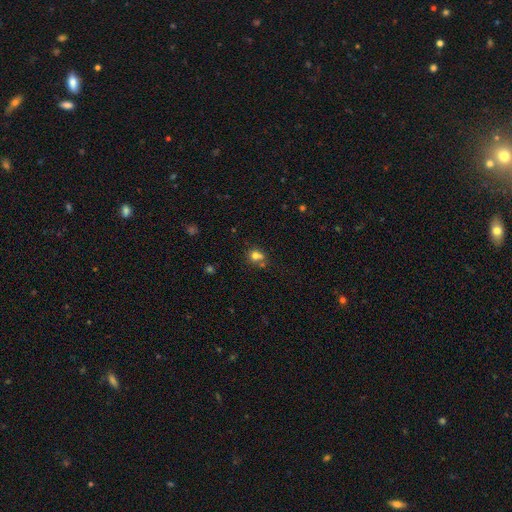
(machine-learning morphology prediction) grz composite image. It shows a smooth galaxy with no disk features (74%) that is round (73%). Merging: none (49%).